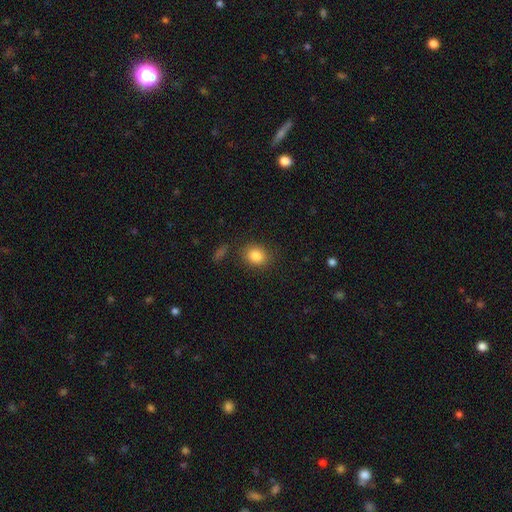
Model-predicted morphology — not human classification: smooth-or-featured: smooth: 84% | star or artifact: 10% | featured or disk: 6%
  how-rounded: round: 63% | in between: 36% | cigar-shaped: 1%
  merging: none: 84% | minor disturbance: 10% | major disturbance: 3% | merger: 3%